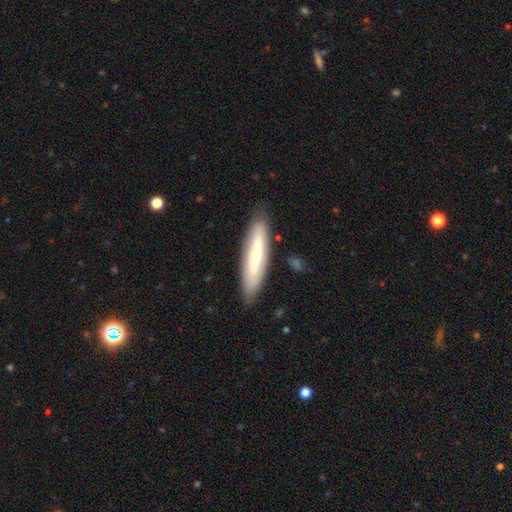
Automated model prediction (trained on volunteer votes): smooth-or-featured: smooth: 48% | featured or disk: 46% | star or artifact: 6%
  merging: none: 86% | minor disturbance: 11% | major disturbance: 2% | merger: 2%